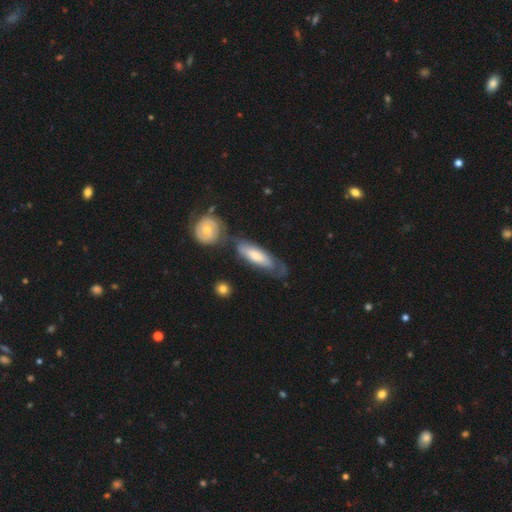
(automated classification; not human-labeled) smooth 51%, featured or disk 44%, star or artifact 5%. Down the decision tree: how rounded — in between (53%); merging — none (45%).